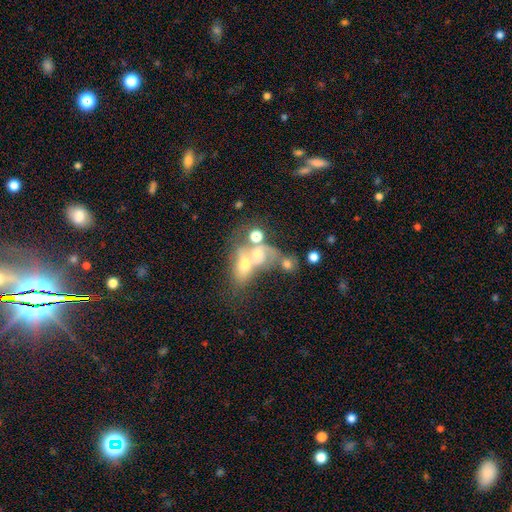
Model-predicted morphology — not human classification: This is possibly a smooth galaxy (45%). Merging: likely merger (64%).